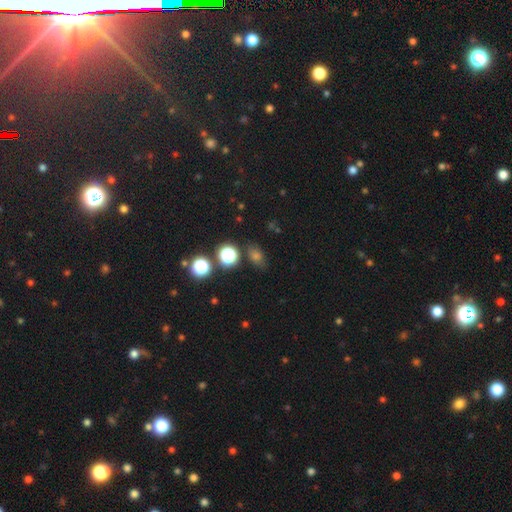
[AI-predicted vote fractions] Morphology: type=smooth (52%); roundness=in between (55%); merging=none (80%).